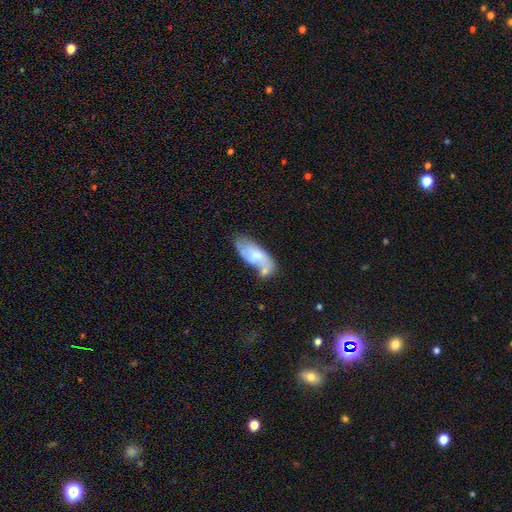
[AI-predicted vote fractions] Smooth or featured: smooth — 55% (featured or disk — 38%)
How rounded: in between — 81% (cigar-shaped — 16%)
Merging: none — 36% (merger — 27%)